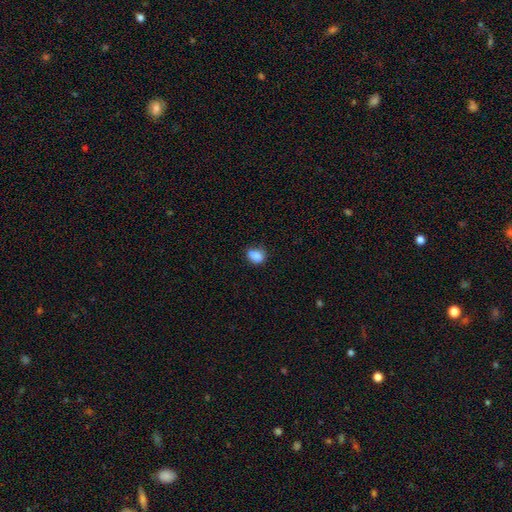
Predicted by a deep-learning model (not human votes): Smooth or featured?
  - smooth: 82% *
  - star or artifact: 10%
  - featured or disk: 8%
How rounded?
  - round: 52% *
  - in between: 47%
  - cigar-shaped: 1%
Merging?
  - none: 51% *
  - minor disturbance: 23%
  - merger: 20%
  - major disturbance: 7%